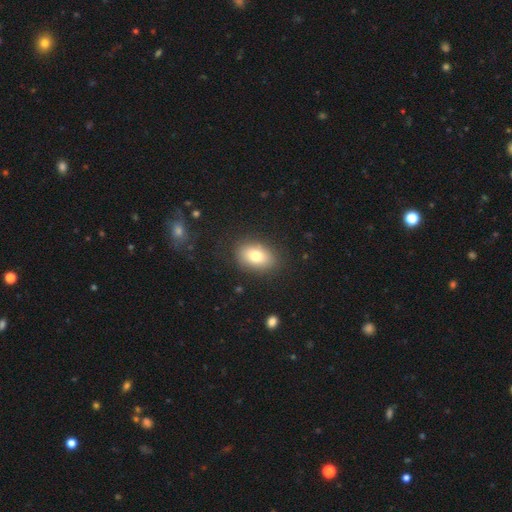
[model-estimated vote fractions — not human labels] Smooth or featured? smooth (78%)
How rounded? in between (82%)
Merging? none (85%)